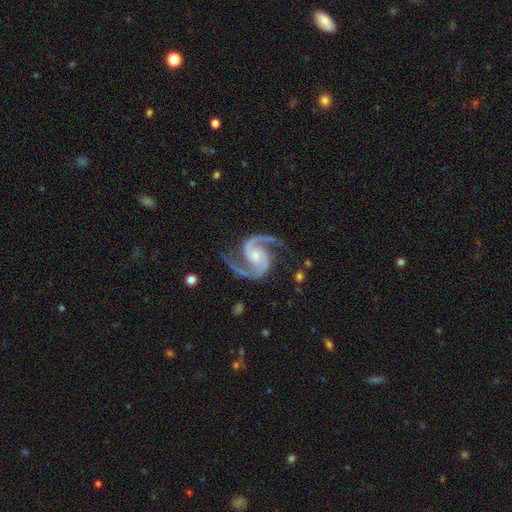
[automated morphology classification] This is clearly a featured or disk galaxy (94%). It is clearly not viewed edge-on (98%). Bar: likely no (62%). Spiral arm pattern: clearly yes (99%). Spiral arm count: clearly 2 (94%). Spiral winding: likely medium (66%). Central bulge: likely small (63%). Merging: likely none (77%).